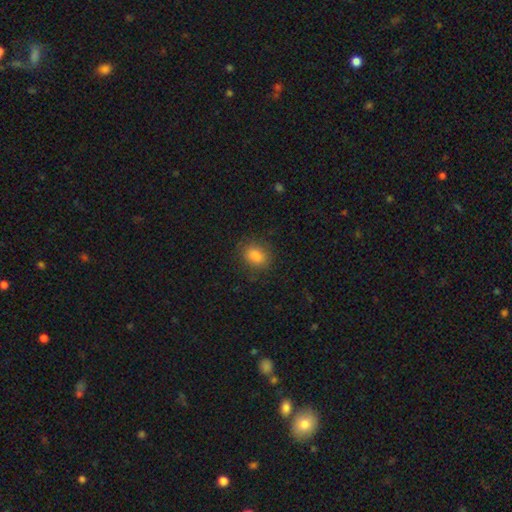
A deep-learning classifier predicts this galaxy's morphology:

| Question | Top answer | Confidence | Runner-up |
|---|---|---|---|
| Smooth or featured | smooth | 84% | star or artifact (10%) |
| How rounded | in between | 66% | round (32%) |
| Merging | none | 83% | minor disturbance (12%) |